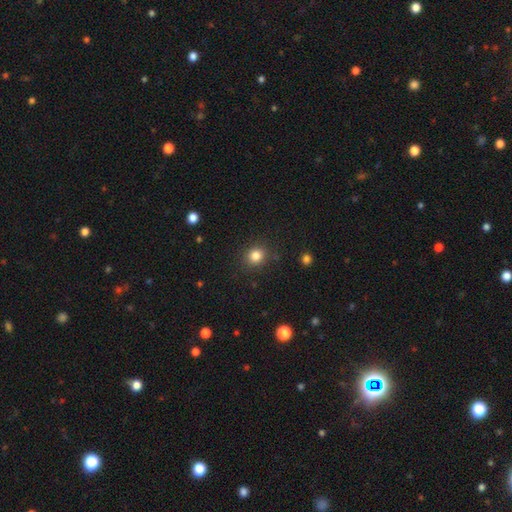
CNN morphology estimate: This appears to be a smooth galaxy with no disk features (82%) that is round (81%). Merging: none (87%).